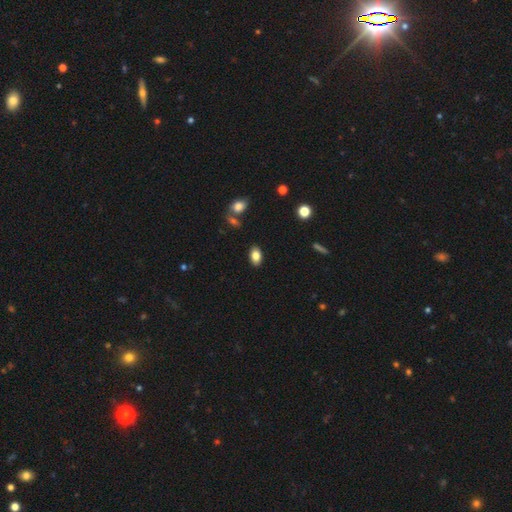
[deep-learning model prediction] smooth 83%, star or artifact 9%, featured or disk 9%. Down the decision tree: how rounded — in between (88%); merging — none (87%).